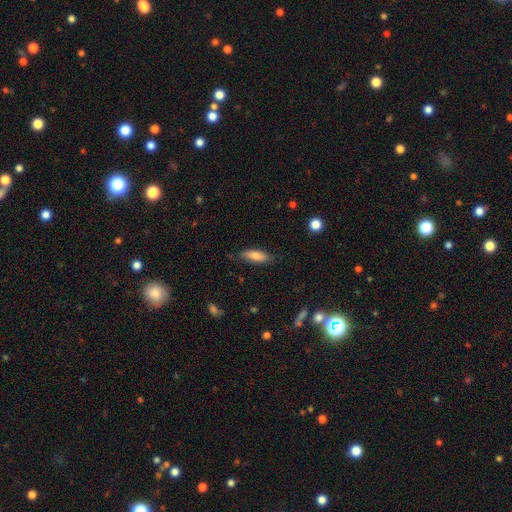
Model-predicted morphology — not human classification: Overall: smooth (81%). How rounded: in between (58%; cigar-shaped 40%). Merging: none (80%).